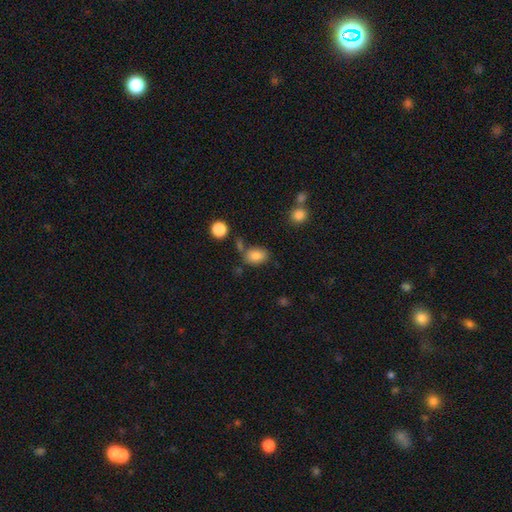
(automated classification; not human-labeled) Overall: smooth (83%). How rounded: in between (77%). Merging: none (68%).